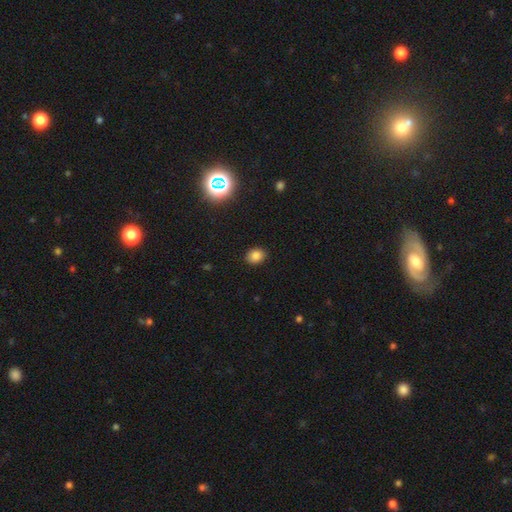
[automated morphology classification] This is clearly a smooth galaxy (82%). How rounded: possibly in between (52%). Merging: clearly none (89%).